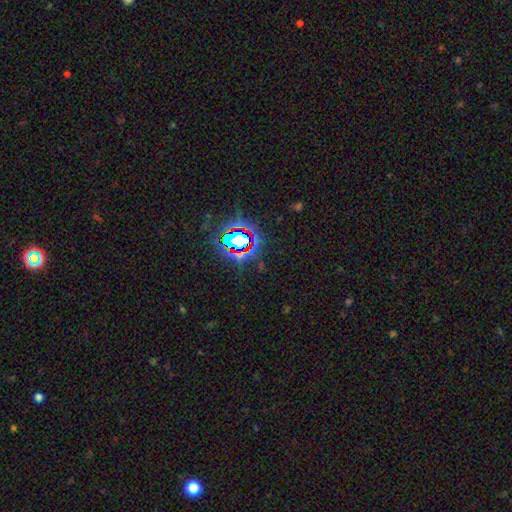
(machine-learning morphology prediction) Smooth or featured?
  - star or artifact: 78% *
  - smooth: 13%
  - featured or disk: 9%